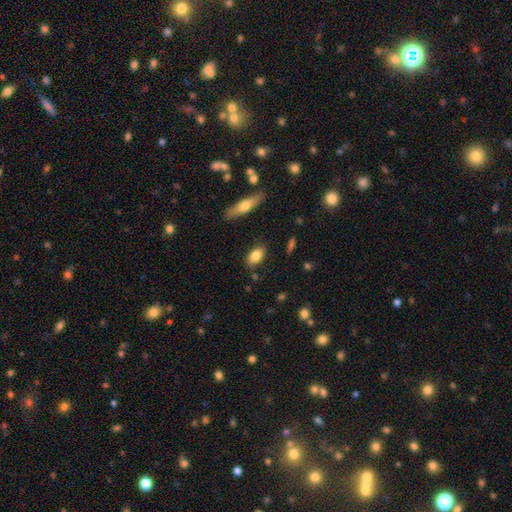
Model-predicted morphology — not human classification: Smooth or featured?
  - smooth: 80% *
  - featured or disk: 13%
  - star or artifact: 7%
How rounded?
  - in between: 87% *
  - round: 7%
  - cigar-shaped: 6%
Merging?
  - none: 84% *
  - minor disturbance: 11%
  - merger: 3%
  - major disturbance: 3%